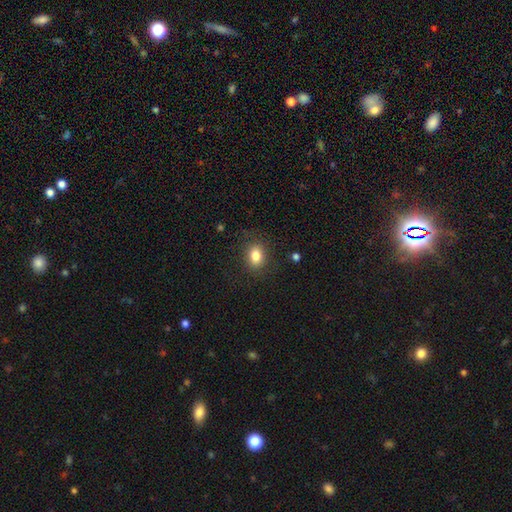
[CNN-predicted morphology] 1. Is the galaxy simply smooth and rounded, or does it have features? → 83% smooth, 10% star or artifact, 7% featured or disk.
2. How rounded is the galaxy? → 64% in between, 35% round, 1% cigar-shaped.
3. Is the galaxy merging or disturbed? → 85% none, 10% minor disturbance, 3% major disturbance, 1% merger.